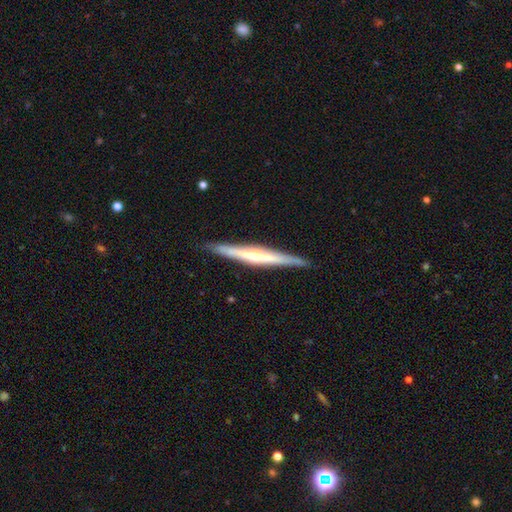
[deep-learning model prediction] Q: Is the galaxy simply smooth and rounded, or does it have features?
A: featured or disk — 70%.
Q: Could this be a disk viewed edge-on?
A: yes — 97%.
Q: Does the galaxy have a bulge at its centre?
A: rounded — 65%.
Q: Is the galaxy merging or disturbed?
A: none — 89%.